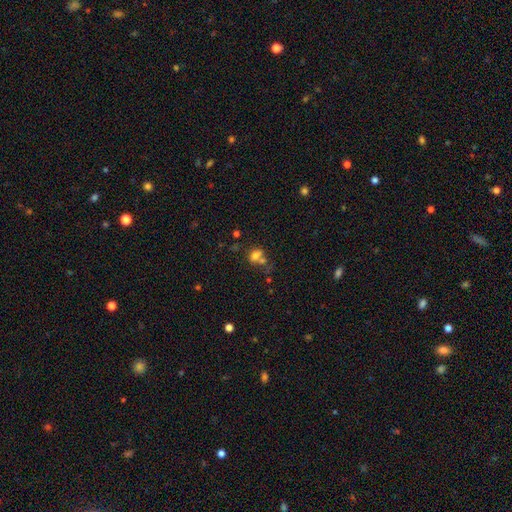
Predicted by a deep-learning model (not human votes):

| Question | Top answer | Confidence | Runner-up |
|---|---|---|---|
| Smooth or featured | smooth | 66% | featured or disk (17%) |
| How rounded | in between | 60% | round (38%) |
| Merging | merger | 44% | none (35%) |